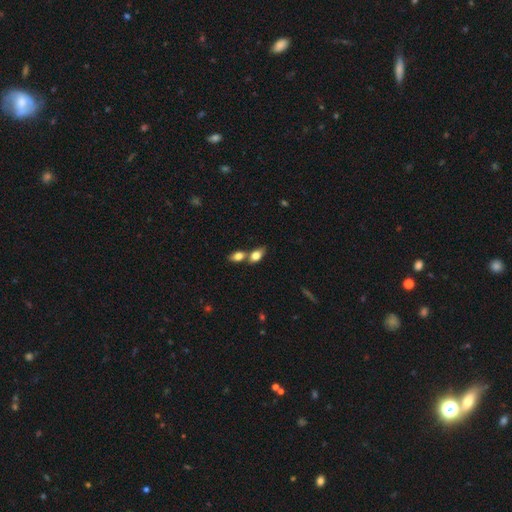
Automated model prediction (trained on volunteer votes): Smooth or featured? Predicted: smooth (p=0.79). How rounded? Predicted: in between (p=0.84). Merging? Predicted: merger (p=0.50).